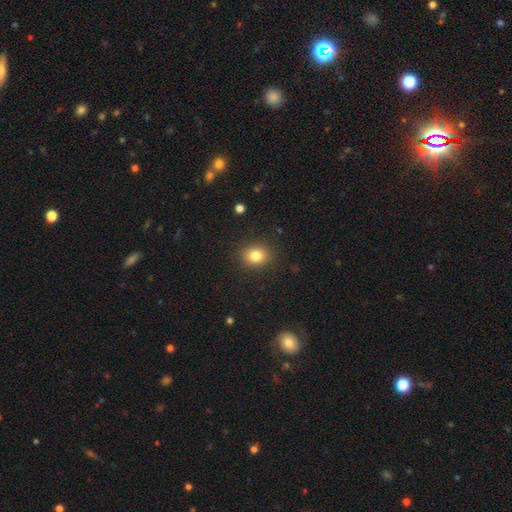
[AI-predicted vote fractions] smooth-or-featured: smooth: 82% | star or artifact: 11% | featured or disk: 7%
  how-rounded: round: 58% | in between: 41% | cigar-shaped: 1%
  merging: none: 88% | minor disturbance: 8% | major disturbance: 3% | merger: 1%